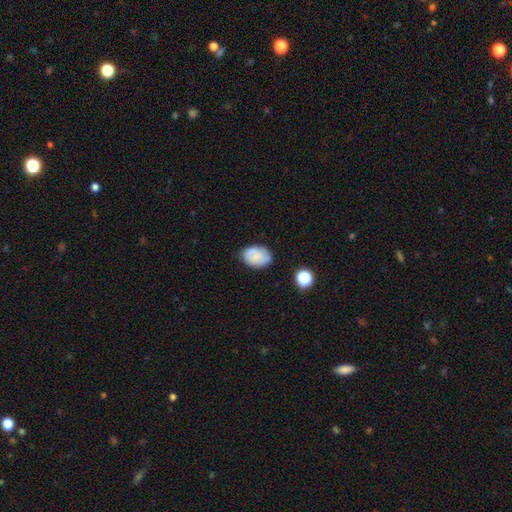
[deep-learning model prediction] smooth-or-featured: smooth: 77% | featured or disk: 14% | star or artifact: 9%
  how-rounded: in between: 80% | round: 19% | cigar-shaped: 1%
  merging: none: 78% | minor disturbance: 17% | major disturbance: 4% | merger: 2%